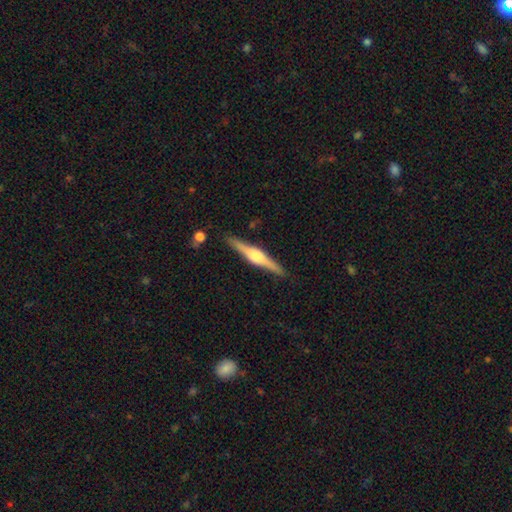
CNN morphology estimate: A featured or disk galaxy (78%) viewed edge-on (98%) with a rounded central bulge (87%).

Vote fractions:
- Smooth or featured? featured or disk: 78% / smooth: 17% / star or artifact: 5%
- Edge-on disk? yes: 98% / no: 2%
- Edge-on bulge? rounded: 87% / boxy: 11% / none: 3%
- Merging? none: 90% / minor disturbance: 7% / merger: 2% / major disturbance: 2%